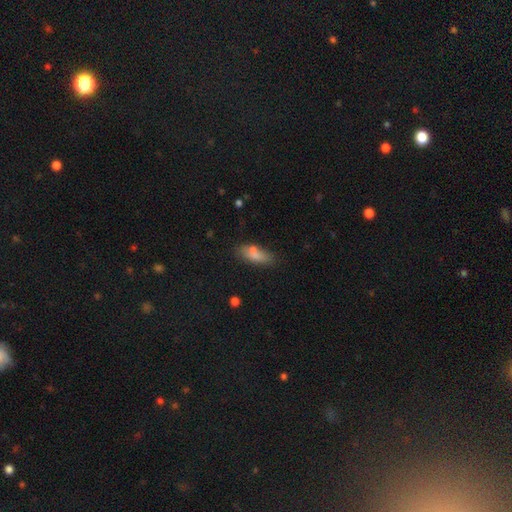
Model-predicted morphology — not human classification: Smooth or featured: smooth — 76% (featured or disk — 14%)
How rounded: in between — 71% (cigar-shaped — 26%)
Merging: none — 60% (minor disturbance — 22%)